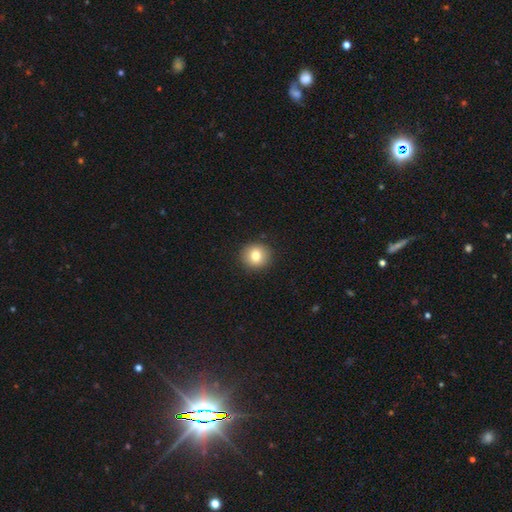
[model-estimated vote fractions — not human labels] This appears to be a smooth galaxy with no disk features (79%) that is round (91%). Merging: none (91%).